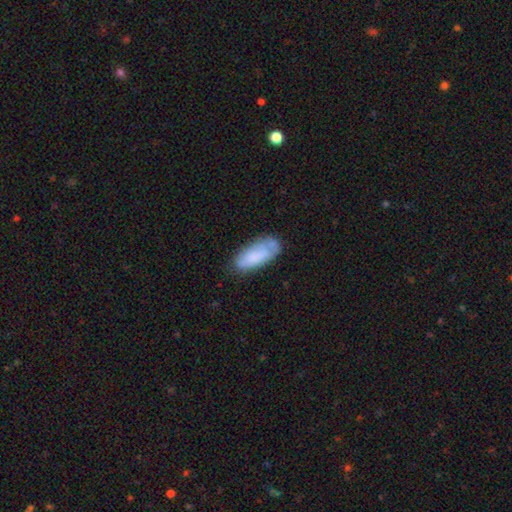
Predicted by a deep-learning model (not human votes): Smooth or featured: smooth — 74% (featured or disk — 19%)
How rounded: in between — 83% (cigar-shaped — 15%)
Merging: none — 60% (minor disturbance — 27%)